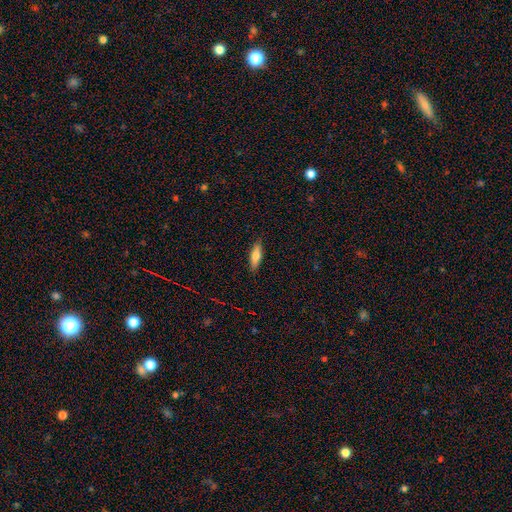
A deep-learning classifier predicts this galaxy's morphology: A smooth galaxy with no disk features (73%) that is cigar-shaped (55%).

Vote fractions:
- Smooth or featured? smooth: 73% / featured or disk: 20% / star or artifact: 7%
- How rounded? cigar-shaped: 55% / in between: 43% / round: 2%
- Merging? none: 86% / minor disturbance: 11% / major disturbance: 2% / merger: 1%